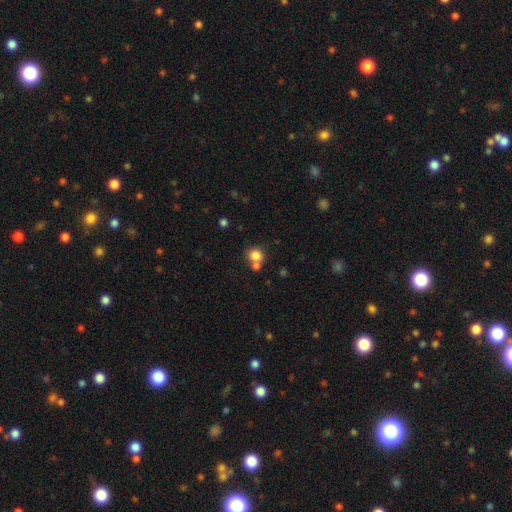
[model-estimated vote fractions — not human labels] Morphology: type=smooth (82%); roundness=round (85%); merging=none (55%).